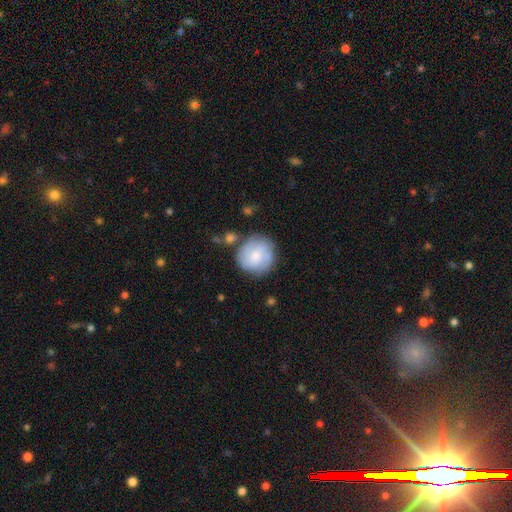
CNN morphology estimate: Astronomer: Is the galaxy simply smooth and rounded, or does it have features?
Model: smooth — 53% (runner-up: featured or disk, 40%).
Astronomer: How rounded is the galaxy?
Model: round — 89%.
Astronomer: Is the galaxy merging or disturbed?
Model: none — 70%.